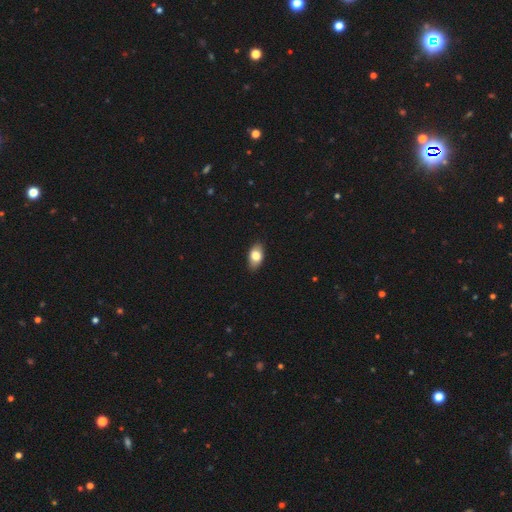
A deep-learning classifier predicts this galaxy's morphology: smooth 79%, featured or disk 14%, star or artifact 7%. Down the decision tree: how rounded — in between (90%); merging — none (88%).